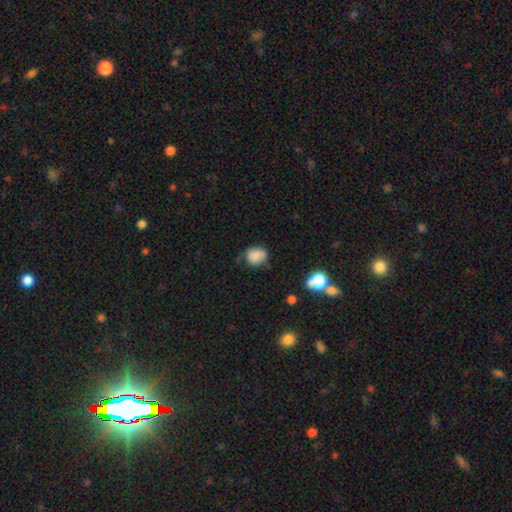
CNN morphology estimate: Q: Smooth or featured?
A: smooth (80%); runner-up: star or artifact (10%)
Q: How rounded?
A: round (56%); runner-up: in between (43%)
Q: Merging?
A: none (58%); runner-up: minor disturbance (31%)